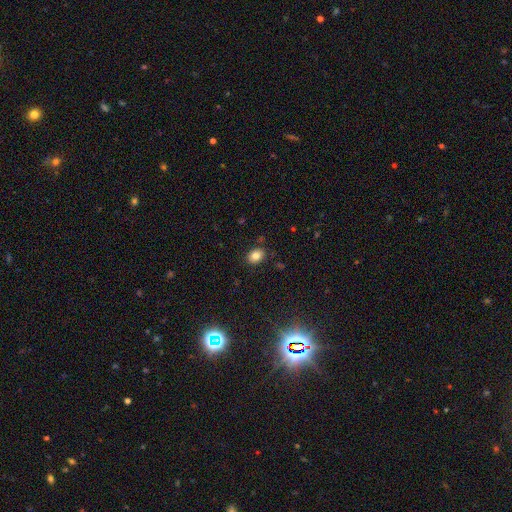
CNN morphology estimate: Smooth or featured: smooth — 82% (star or artifact — 11%)
How rounded: in between — 59% (round — 40%)
Merging: none — 86% (minor disturbance — 10%)